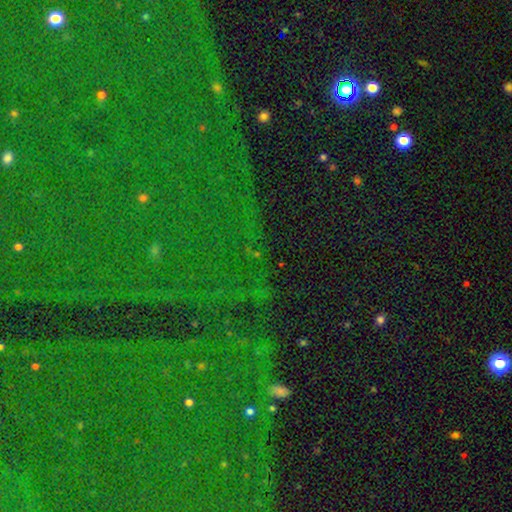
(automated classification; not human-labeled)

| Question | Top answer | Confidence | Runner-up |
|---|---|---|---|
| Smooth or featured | star or artifact | 86% | smooth (7%) |